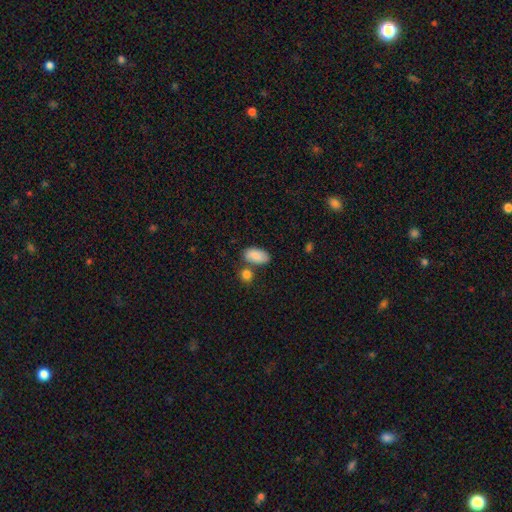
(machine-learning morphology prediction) A smooth galaxy with no disk features (86%) that is in between round and cigar-shaped (92%).

Vote fractions:
- Smooth or featured? smooth: 86% / star or artifact: 7% / featured or disk: 7%
- How rounded? in between: 92% / round: 5% / cigar-shaped: 3%
- Merging? none: 59% / merger: 21% / minor disturbance: 16% / major disturbance: 5%